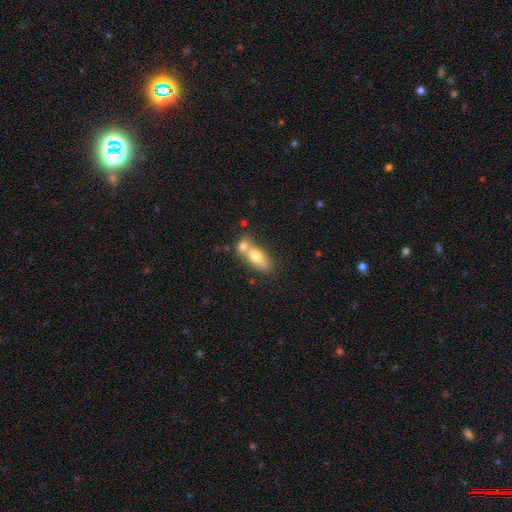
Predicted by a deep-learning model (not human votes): The model was most divided on "merging": merger: 60%, none: 26%, minor disturbance: 9%, major disturbance: 4%. More confident: how rounded — in between (76%); smooth or featured — smooth (69%).